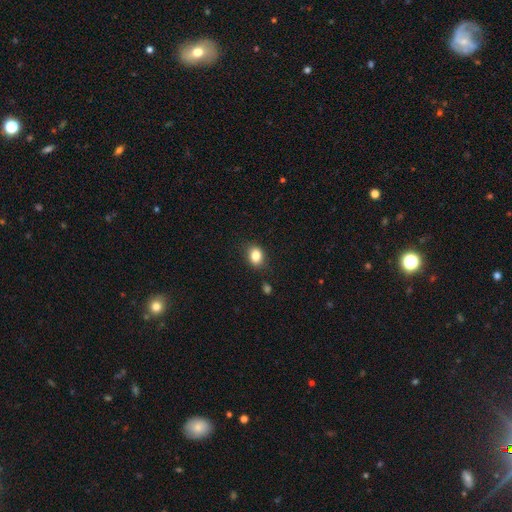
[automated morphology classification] A smooth galaxy with no disk features (84%) that is in between round and cigar-shaped (59%).

Vote fractions:
- Smooth or featured? smooth: 84% / star or artifact: 9% / featured or disk: 6%
- How rounded? in between: 59% / round: 39% / cigar-shaped: 1%
- Merging? none: 83% / minor disturbance: 12% / major disturbance: 3% / merger: 2%